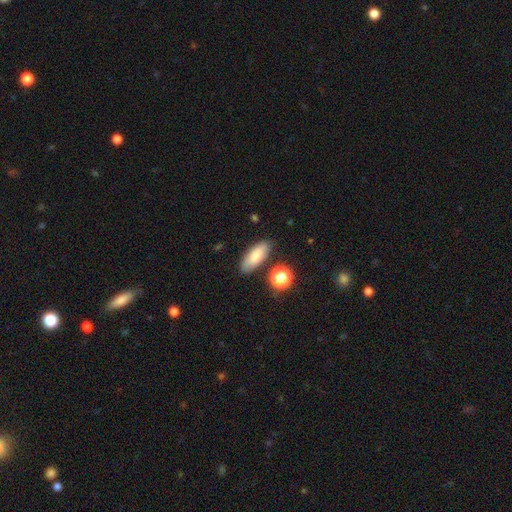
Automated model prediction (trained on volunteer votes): A smooth galaxy with no disk features (80%) that is in between round and cigar-shaped (74%). Merging: none (80%).